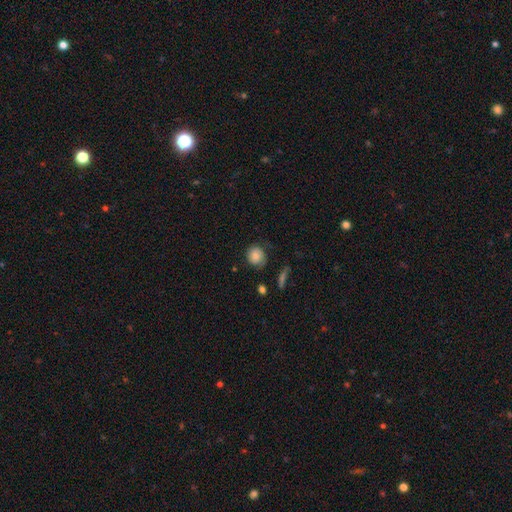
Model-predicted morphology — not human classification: A smooth galaxy with no disk features (72%) that is round (76%). Merging: none (65%).